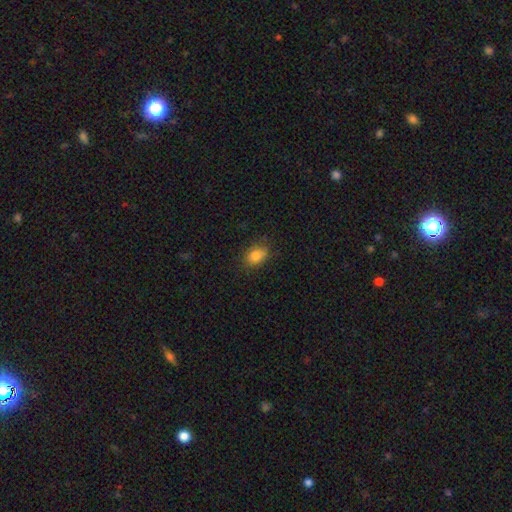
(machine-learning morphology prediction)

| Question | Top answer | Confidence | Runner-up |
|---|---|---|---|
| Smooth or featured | smooth | 82% | star or artifact (10%) |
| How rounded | in between | 70% | round (29%) |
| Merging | none | 78% | minor disturbance (17%) |